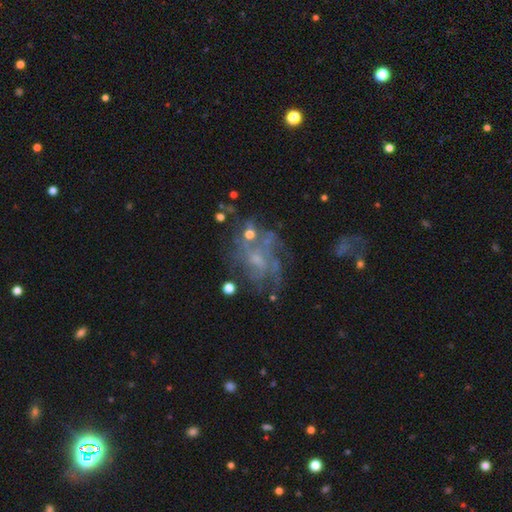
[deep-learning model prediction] smooth_or_featured: featured or disk (p=0.66) [alt: star or artifact p=0.18]
disk_edge_on: no (p=0.97) [alt: yes p=0.03]
bar: no (p=0.66) [alt: weak p=0.29]
has_spiral_arms: yes (p=0.65) [alt: no p=0.35]
bulge_size: small (p=0.51) [alt: moderate p=0.23]
merging: none (p=0.53) [alt: major disturbance p=0.20]